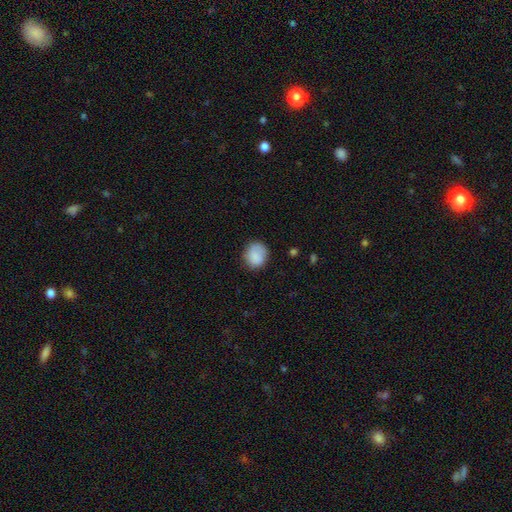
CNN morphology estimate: A smooth galaxy with no disk features (86%) that is round (73%). Merging: none (76%).